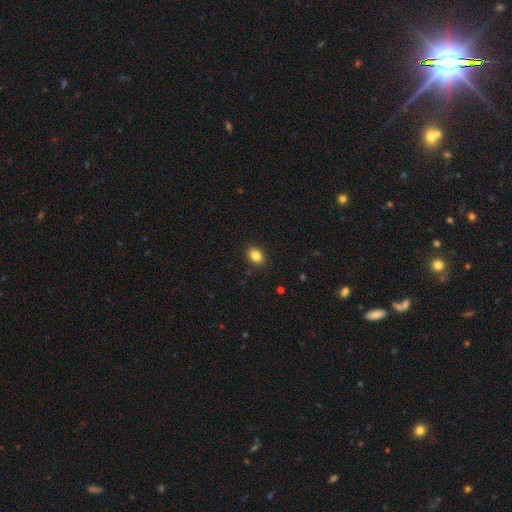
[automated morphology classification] This is clearly a smooth galaxy (85%). How rounded: likely in between (72%). Merging: clearly none (89%).